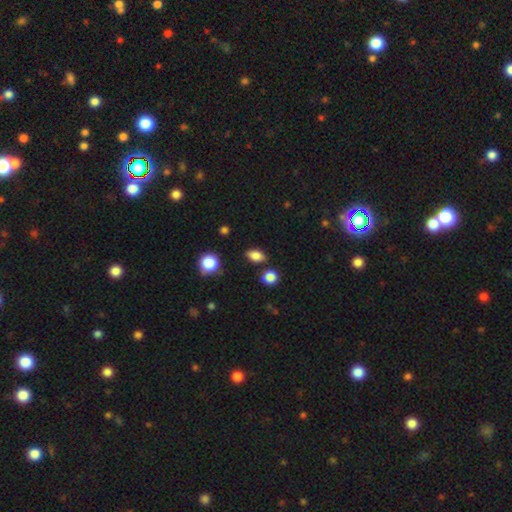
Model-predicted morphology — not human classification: Smooth or featured? smooth (82%)
How rounded? in between (79%)
Merging? none (81%)